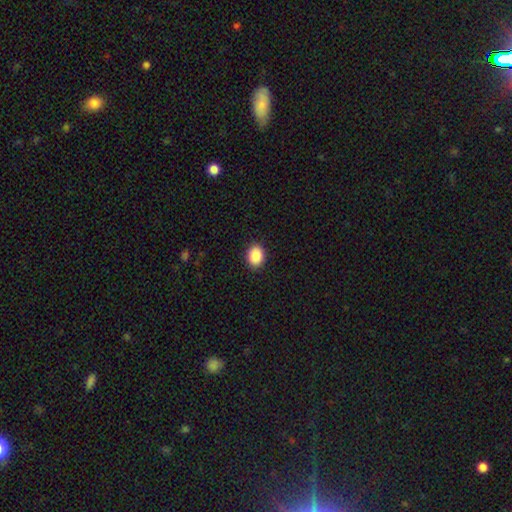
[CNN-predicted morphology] The model was most divided on "how rounded": in between: 57%, round: 42%, cigar-shaped: 1%. More confident: merging — none (90%); smooth or featured — smooth (89%).